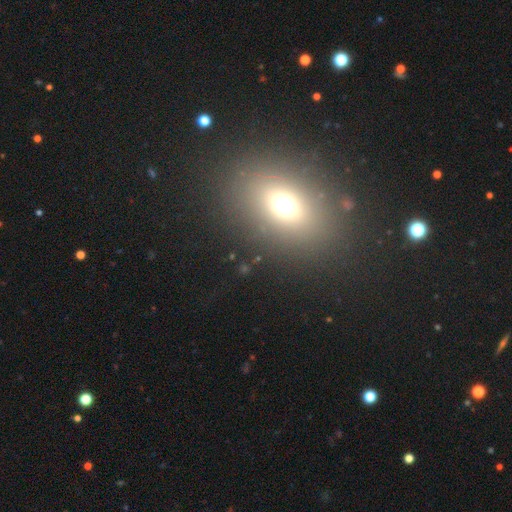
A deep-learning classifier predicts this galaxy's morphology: The model was most divided on "smooth or featured": smooth: 62%, star or artifact: 26%, featured or disk: 12%. More confident: merging — none (88%); how rounded — in between (71%).